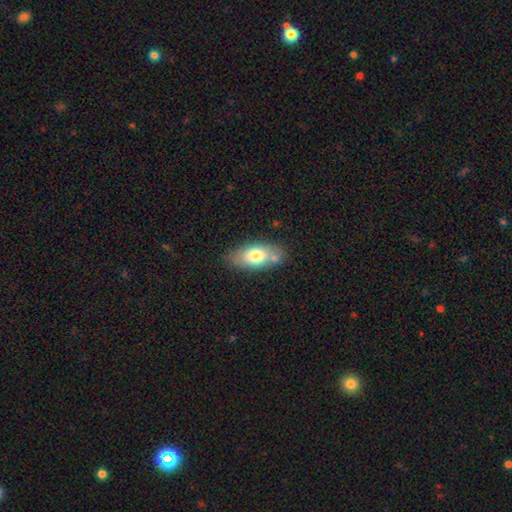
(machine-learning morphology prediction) type=smooth (73%); roundness=in between (87%); merging=none (70%).